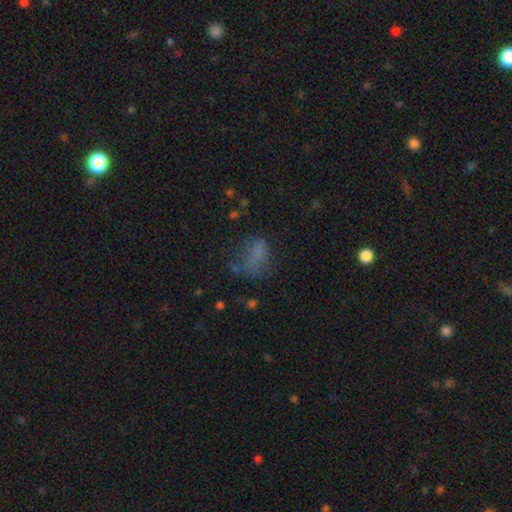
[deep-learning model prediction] A smooth galaxy with no disk features (60%) that is in between round and cigar-shaped (79%).

Vote fractions:
- Smooth or featured? smooth: 60% / star or artifact: 21% / featured or disk: 19%
- How rounded? in between: 79% / round: 15% / cigar-shaped: 5%
- Merging? none: 38% / major disturbance: 33% / minor disturbance: 23% / merger: 6%